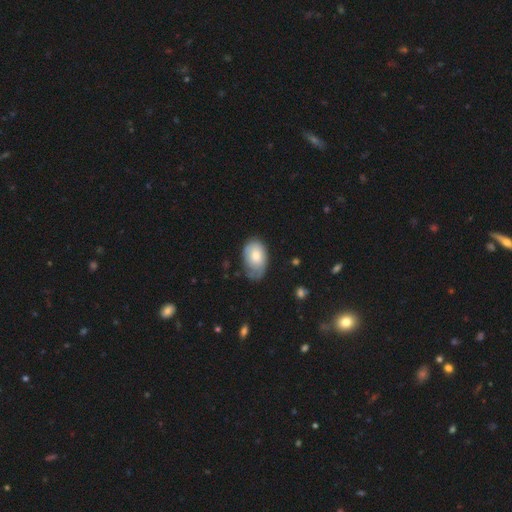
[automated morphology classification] smooth_or_featured: smooth (p=0.61) [alt: featured or disk p=0.33]
how_rounded: in between (p=0.89) [alt: round p=0.10]
merging: none (p=0.49) [alt: minor disturbance p=0.36]